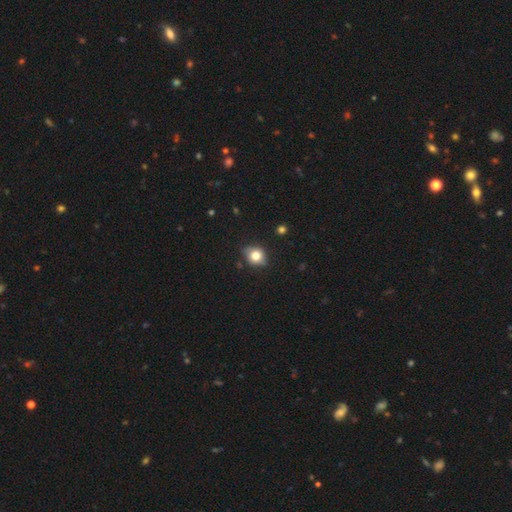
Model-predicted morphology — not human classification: Smooth or featured? smooth (74%)
How rounded? round (60%)
Merging? none (76%)